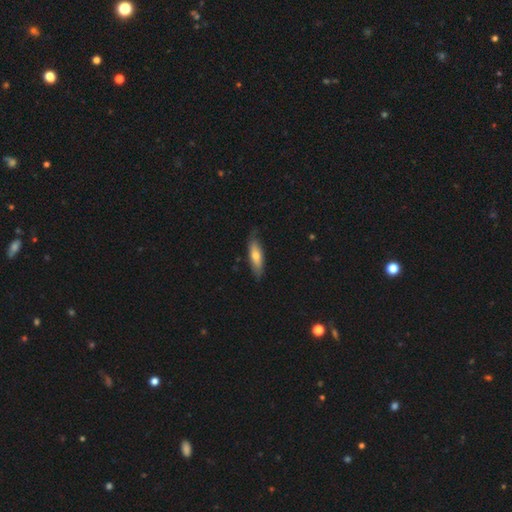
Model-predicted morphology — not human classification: This appears to be a smooth galaxy with no disk features (64%) that is cigar-shaped (61%). Merging: none (79%).